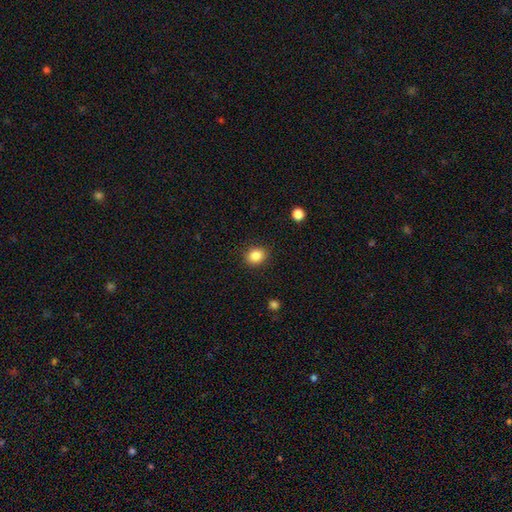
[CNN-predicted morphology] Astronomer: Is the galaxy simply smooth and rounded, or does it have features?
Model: smooth — 85%.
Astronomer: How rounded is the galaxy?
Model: round — 57% (runner-up: in between, 42%).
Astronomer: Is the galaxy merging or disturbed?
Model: none — 88%.